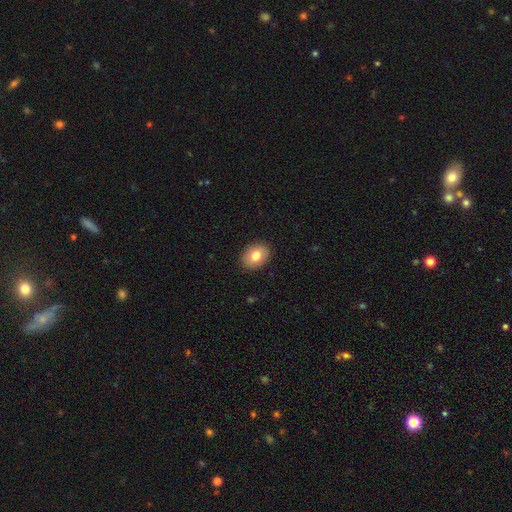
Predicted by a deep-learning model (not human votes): smooth-or-featured: smooth: 79% | featured or disk: 12% | star or artifact: 9%
  how-rounded: in between: 63% | round: 36% | cigar-shaped: 1%
  merging: none: 90% | minor disturbance: 7% | major disturbance: 2% | merger: 1%